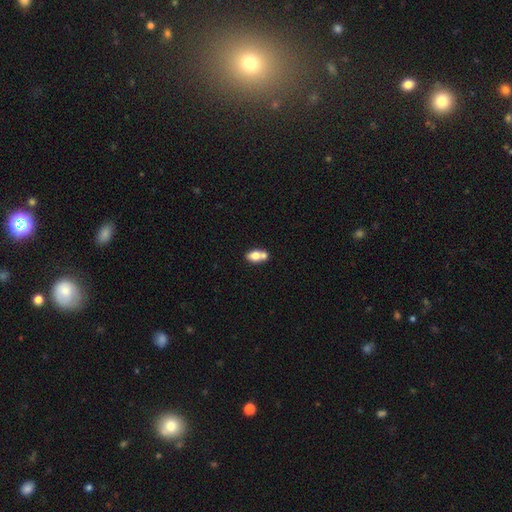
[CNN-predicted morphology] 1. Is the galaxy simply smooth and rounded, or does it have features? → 72% smooth, 20% featured or disk, 8% star or artifact.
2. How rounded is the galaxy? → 84% in between, 13% round, 4% cigar-shaped.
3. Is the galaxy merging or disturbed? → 45% merger, 40% none, 11% minor disturbance, 4% major disturbance.